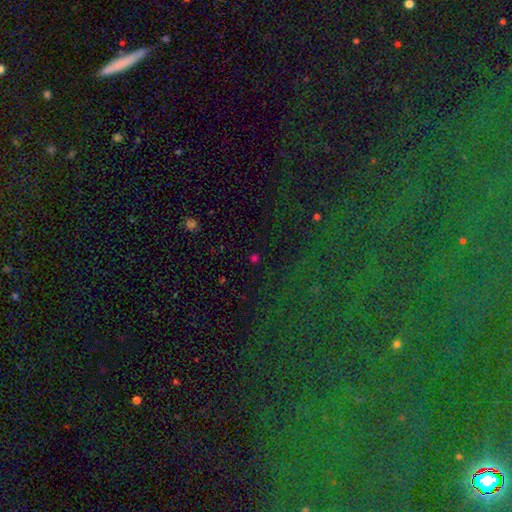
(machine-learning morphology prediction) Q: Smooth or featured?
A: star or artifact (54%); runner-up: smooth (40%)